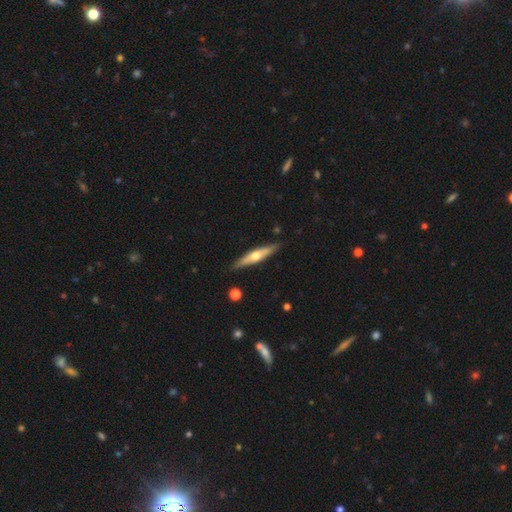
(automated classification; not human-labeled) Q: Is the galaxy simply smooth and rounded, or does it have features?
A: featured or disk — 56%.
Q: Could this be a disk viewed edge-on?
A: yes — 92%.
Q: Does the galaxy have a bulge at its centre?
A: rounded — 89%.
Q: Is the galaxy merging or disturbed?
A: none — 87%.